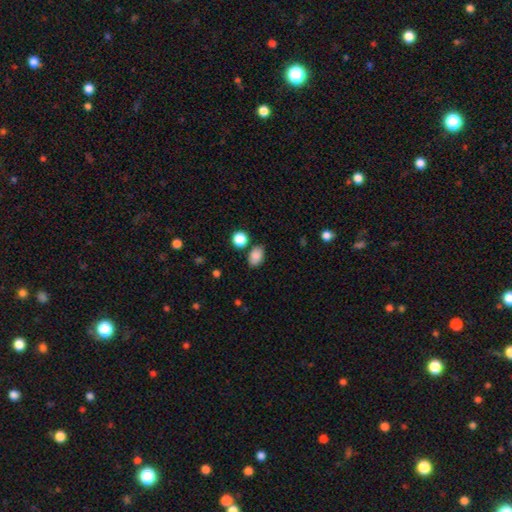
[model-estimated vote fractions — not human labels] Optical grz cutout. It shows a smooth galaxy with no disk features (86%) that is in between round and cigar-shaped (84%). Merging: none (78%).